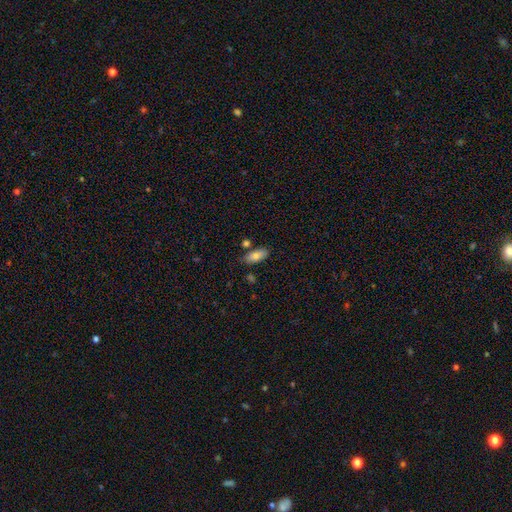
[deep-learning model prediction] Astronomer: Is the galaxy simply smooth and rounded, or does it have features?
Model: smooth — 78%.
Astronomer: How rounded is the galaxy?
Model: in between — 86%.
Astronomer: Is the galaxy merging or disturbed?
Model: none — 77%.